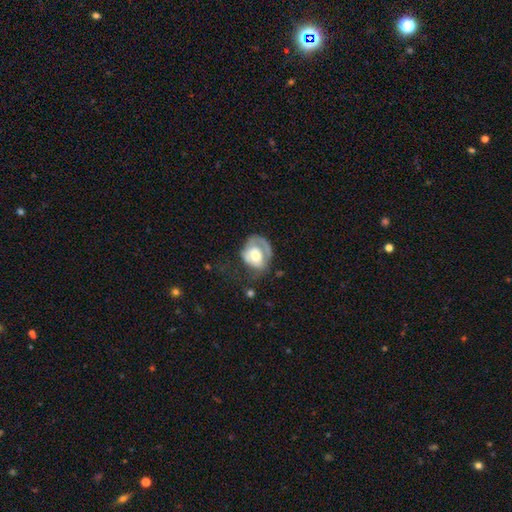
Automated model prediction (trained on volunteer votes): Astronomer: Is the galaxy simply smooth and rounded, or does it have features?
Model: featured or disk — 56% (runner-up: smooth, 38%).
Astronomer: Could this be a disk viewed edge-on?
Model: no — 96%.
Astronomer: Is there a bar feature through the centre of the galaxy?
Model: no — 74%.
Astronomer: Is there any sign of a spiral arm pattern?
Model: yes — 55% (runner-up: no, 45%).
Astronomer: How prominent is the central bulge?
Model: moderate — 67%.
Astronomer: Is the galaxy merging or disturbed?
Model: none — 37% (runner-up: major disturbance, 35%).